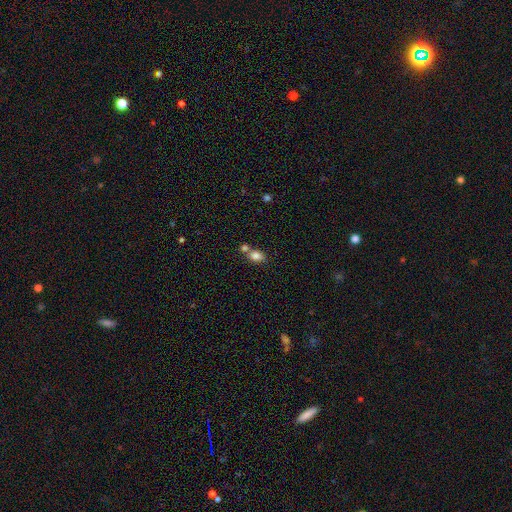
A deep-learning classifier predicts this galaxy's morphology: A smooth galaxy with no disk features (82%) that is in between round and cigar-shaped (69%).

Vote fractions:
- Smooth or featured? smooth: 82% / star or artifact: 10% / featured or disk: 8%
- How rounded? in between: 69% / round: 29% / cigar-shaped: 2%
- Merging? none: 51% / merger: 33% / minor disturbance: 11% / major disturbance: 4%